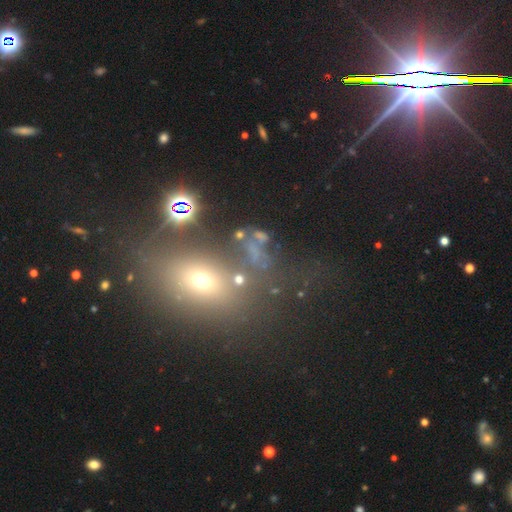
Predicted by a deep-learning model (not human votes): smooth 45%, star or artifact 36%, featured or disk 19%. Down the decision tree: merging — none (51%).